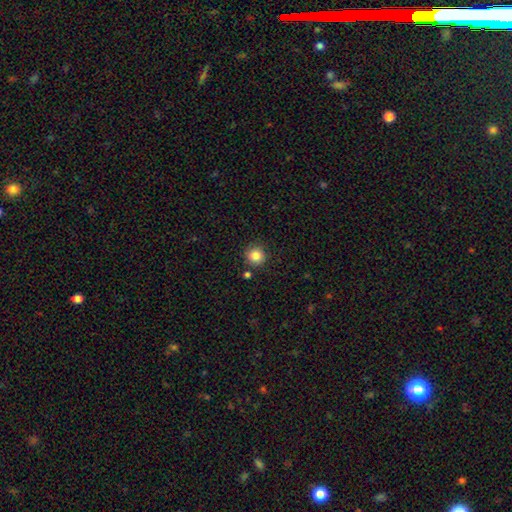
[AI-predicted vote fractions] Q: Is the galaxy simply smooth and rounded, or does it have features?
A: smooth — 84%.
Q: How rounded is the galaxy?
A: round — 93%.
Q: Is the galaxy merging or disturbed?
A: none — 86%.